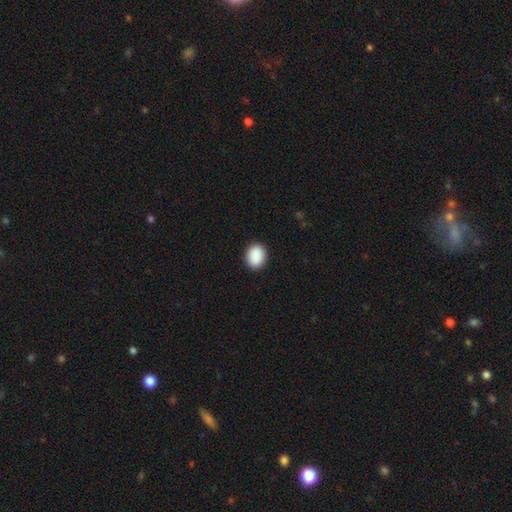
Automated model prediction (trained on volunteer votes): Smooth or featured: smooth — 90% (star or artifact — 7%)
How rounded: in between — 58% (round — 41%)
Merging: none — 90% (minor disturbance — 7%)